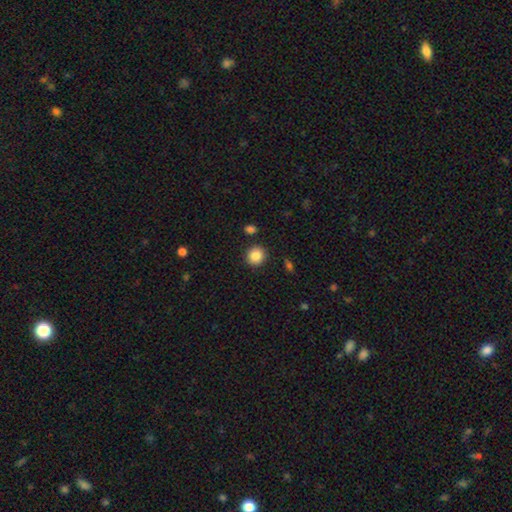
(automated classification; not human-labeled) smooth 87%, star or artifact 9%, featured or disk 5%. Down the decision tree: how rounded — round (90%); merging — none (89%).